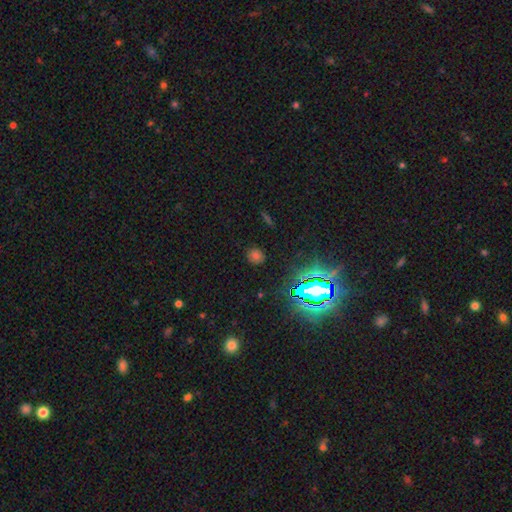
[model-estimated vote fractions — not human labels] Smooth or featured?
  - smooth: 46% *
  - star or artifact: 45%
  - featured or disk: 8%
Merging?
  - none: 86% *
  - minor disturbance: 8%
  - major disturbance: 3%
  - merger: 2%